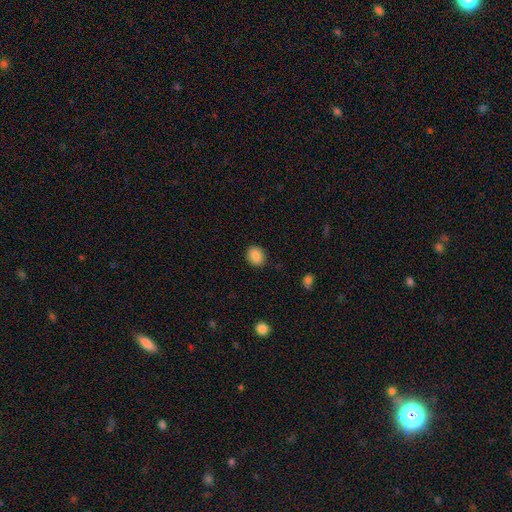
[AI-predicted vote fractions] Morphology: type=smooth (87%); roundness=round (61%); merging=none (89%).